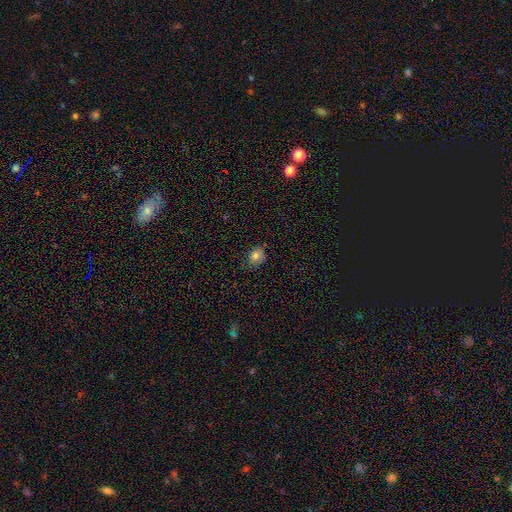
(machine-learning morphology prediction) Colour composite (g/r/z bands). It shows a smooth galaxy with no disk features (81%) that is round (58%). Merging: none (74%).